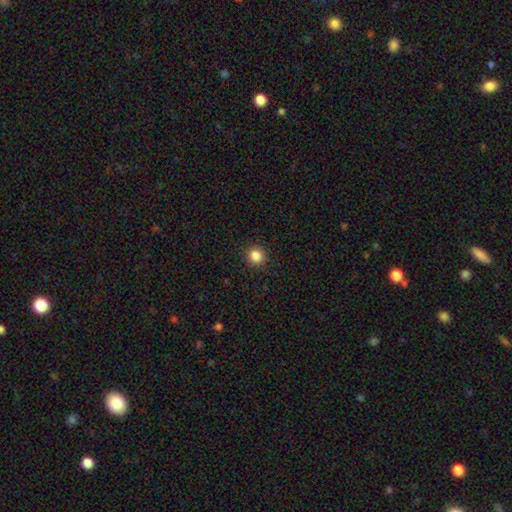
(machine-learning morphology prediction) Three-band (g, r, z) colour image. It shows a smooth galaxy with no disk features (85%) that is round (93%). Merging: none (92%).